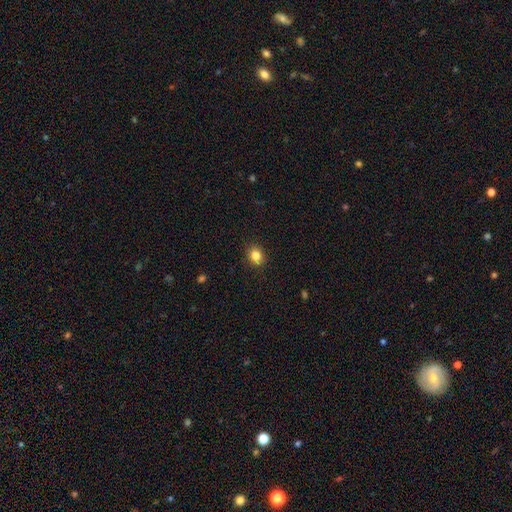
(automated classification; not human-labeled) smooth 84%, star or artifact 10%, featured or disk 5%. Down the decision tree: how rounded — round (59%); merging — none (89%).